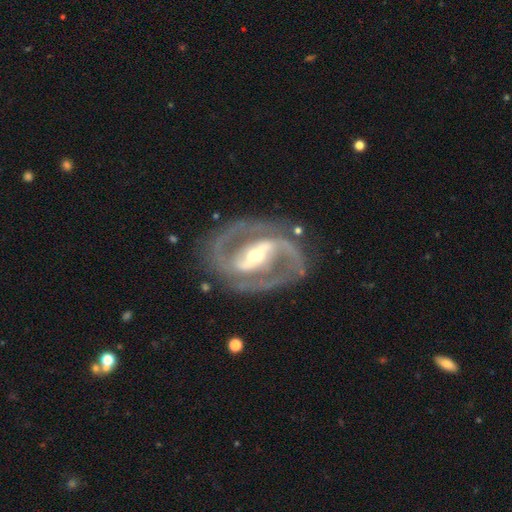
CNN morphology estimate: The model was most divided on "bulge size": moderate: 55%, small: 39%, large: 4%, none: 1%, dominant: 1%. More confident: spiral arms — yes (97%); edge-on disk — no (96%); spiral arm count — 2 (92%); smooth or featured — featured or disk (92%); merging — none (80%); bar — strong (66%); spiral winding — medium (58%).